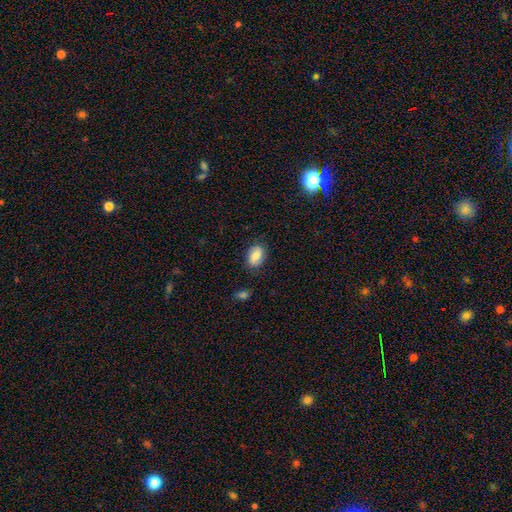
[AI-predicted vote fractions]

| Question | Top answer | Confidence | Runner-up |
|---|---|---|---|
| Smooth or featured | smooth | 71% | featured or disk (21%) |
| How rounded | in between | 83% | round (16%) |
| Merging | none | 82% | minor disturbance (14%) |